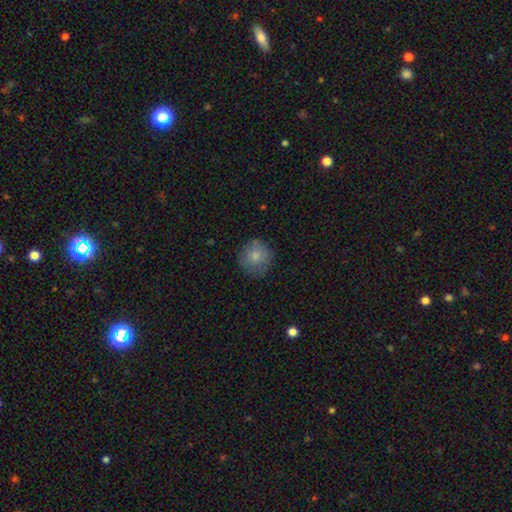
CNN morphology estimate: Smooth or featured: smooth — 80% (featured or disk — 12%)
How rounded: round — 91% (in between — 8%)
Merging: none — 77% (minor disturbance — 17%)